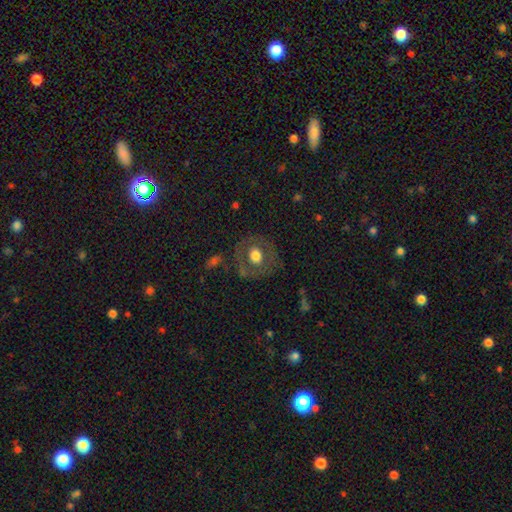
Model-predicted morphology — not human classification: The model was most divided on "smooth or featured": smooth: 56%, featured or disk: 36%, star or artifact: 8%. More confident: how rounded — round (79%); merging — none (78%).